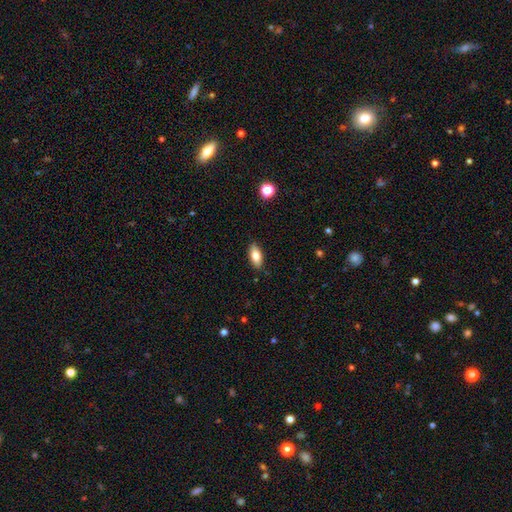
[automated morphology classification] This appears to be a smooth galaxy with no disk features (78%) that is in between round and cigar-shaped (87%). Merging: none (88%).